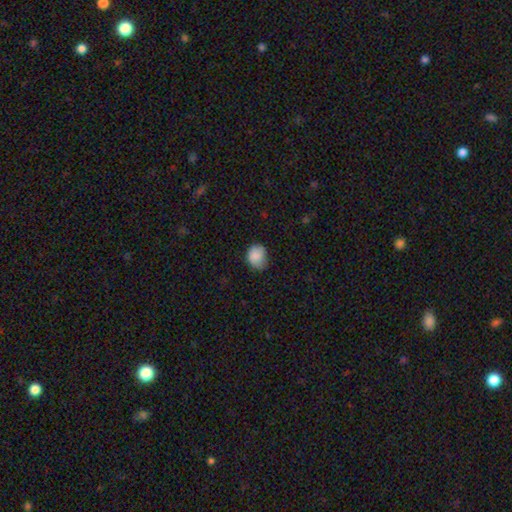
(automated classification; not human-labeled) A smooth galaxy with no disk features (86%) that is round (57%). Merging: none (64%).